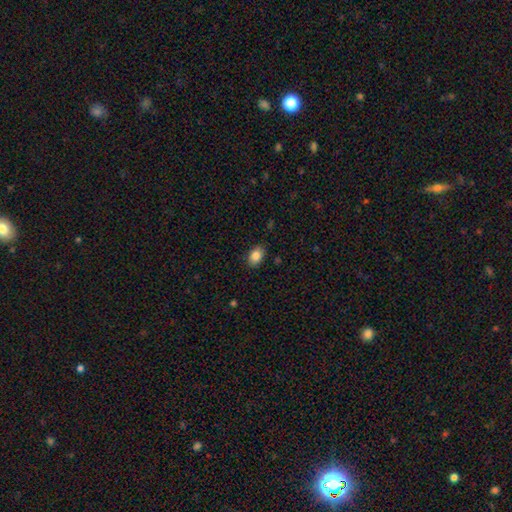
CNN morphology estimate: Smooth or featured: smooth — 86% (star or artifact — 8%)
How rounded: in between — 81% (round — 18%)
Merging: none — 85% (minor disturbance — 11%)